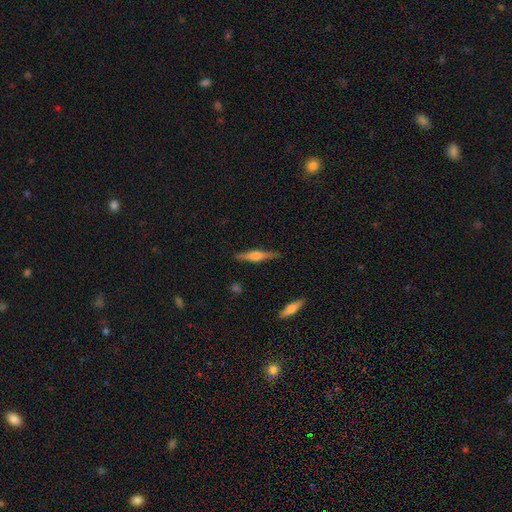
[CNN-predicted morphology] This is likely a featured or disk galaxy (68%). It is clearly viewed edge-on (98%). Edge-on bulge: clearly rounded (87%). Merging: clearly none (89%).